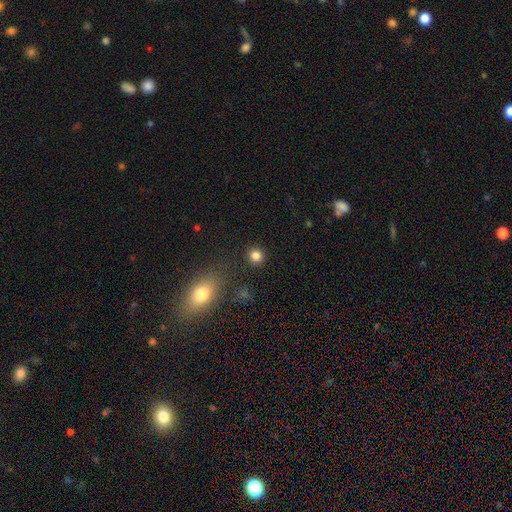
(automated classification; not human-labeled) This appears to be a smooth galaxy with no disk features (84%) that is round (89%). Merging: none (87%).